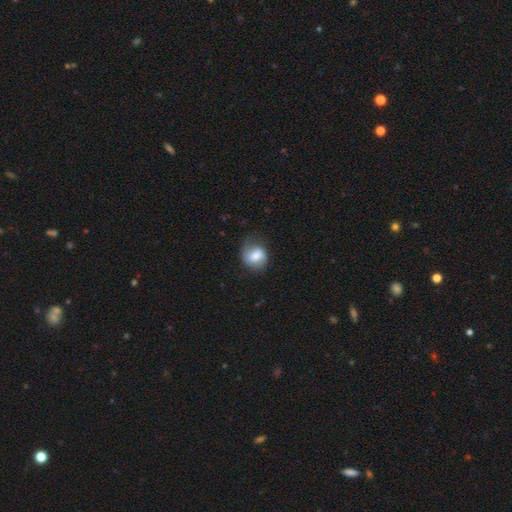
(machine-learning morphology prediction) This is likely a smooth galaxy (64%). How rounded: possibly round (57%). Merging: possibly none (55%).